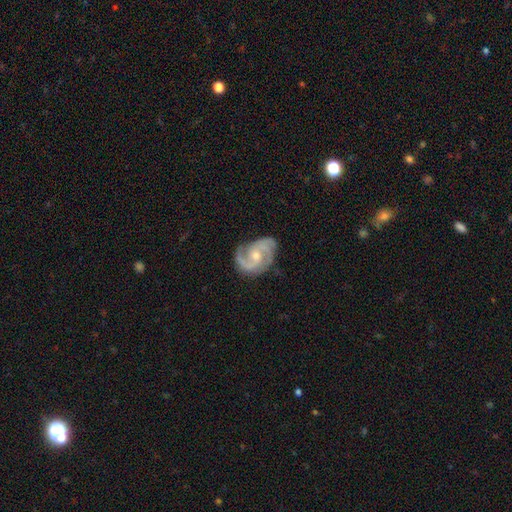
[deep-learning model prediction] A featured or disk galaxy (90%) with no bar (54%), 2 (71%) medium (55%) spiral arms (98%) and a moderate central bulge (53%). Merging: none (72%).